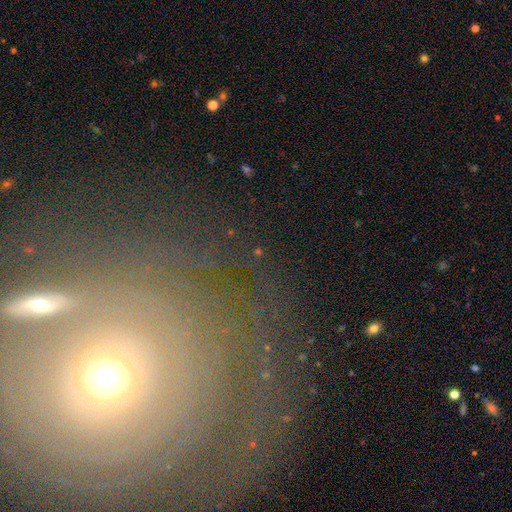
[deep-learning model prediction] Smooth or featured: featured or disk — 57% (smooth — 26%)
Edge-on disk: no — 92% (yes — 8%)
Bar: no — 85% (weak — 10%)
Spiral arms: yes — 54% (no — 46%)
Bulge size: moderate — 48% (small — 43%)
Merging: none — 67% (minor disturbance — 14%)